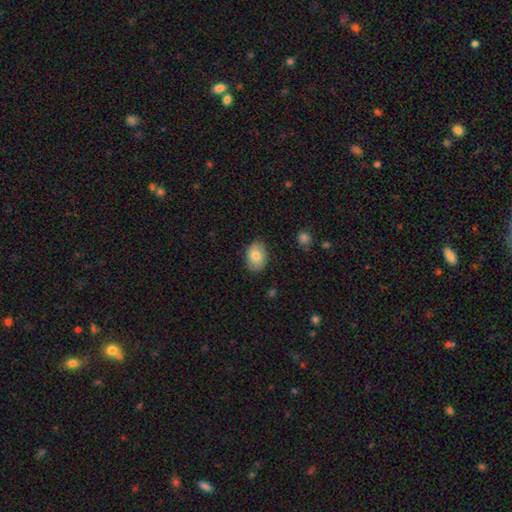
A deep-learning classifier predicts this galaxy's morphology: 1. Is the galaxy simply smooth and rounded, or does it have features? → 80% smooth, 13% featured or disk, 7% star or artifact.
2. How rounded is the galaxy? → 78% in between, 21% round, 1% cigar-shaped.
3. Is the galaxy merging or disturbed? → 83% none, 14% minor disturbance, 3% major disturbance, 1% merger.